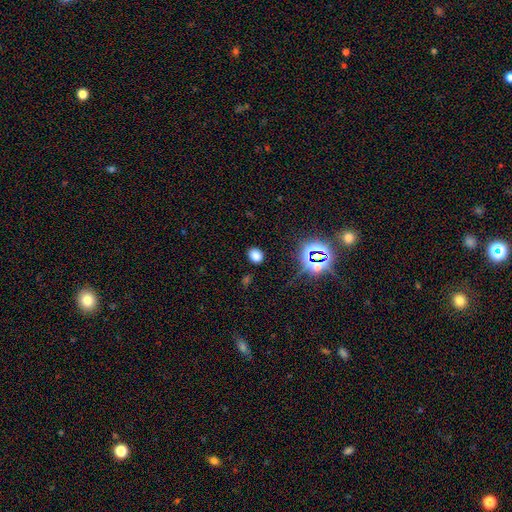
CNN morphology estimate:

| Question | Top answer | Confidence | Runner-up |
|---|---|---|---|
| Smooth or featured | smooth | 73% | star or artifact (21%) |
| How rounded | in between | 51% | round (48%) |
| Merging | none | 87% | minor disturbance (8%) |